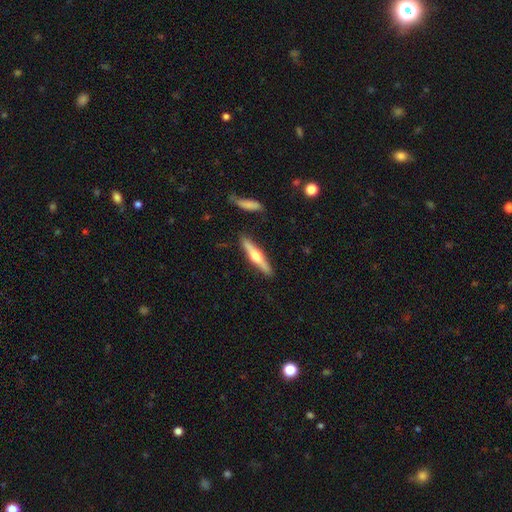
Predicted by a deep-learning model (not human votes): The model was most divided on "smooth or featured": featured or disk: 61%, smooth: 34%, star or artifact: 5%. More confident: edge-on disk — yes (96%); edge-on bulge — rounded (92%); merging — none (86%).